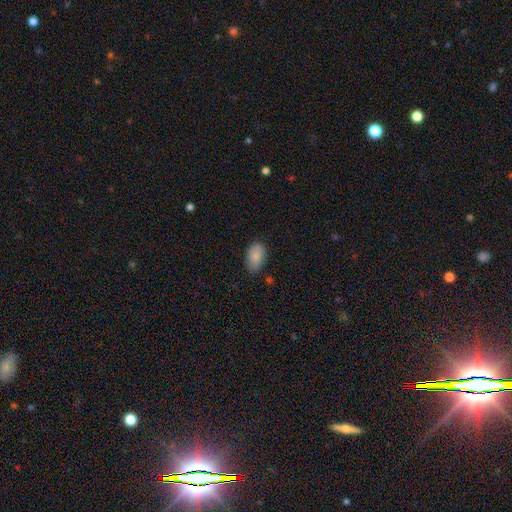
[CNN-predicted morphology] Smooth or featured? smooth (86%)
How rounded? in between (92%)
Merging? none (77%)